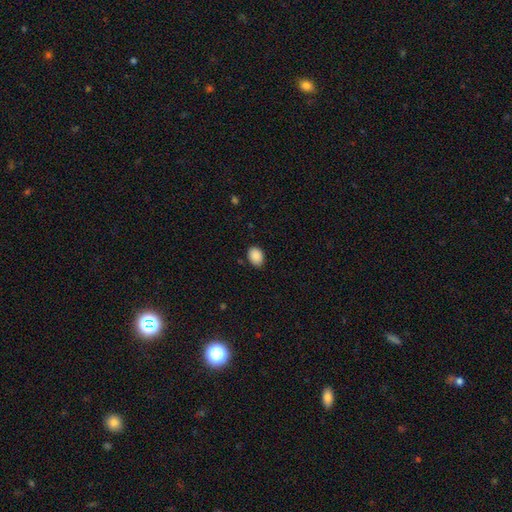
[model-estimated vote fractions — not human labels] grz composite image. It shows a smooth galaxy with no disk features (89%) that is in between round and cigar-shaped (72%). Merging: none (82%).